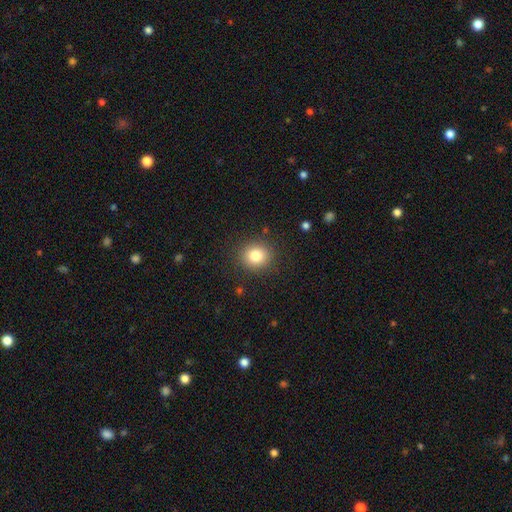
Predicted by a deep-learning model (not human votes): Smooth or featured?
  - smooth: 82% *
  - star or artifact: 11%
  - featured or disk: 7%
How rounded?
  - round: 79% *
  - in between: 20%
  - cigar-shaped: 1%
Merging?
  - none: 88% *
  - minor disturbance: 8%
  - major disturbance: 3%
  - merger: 1%